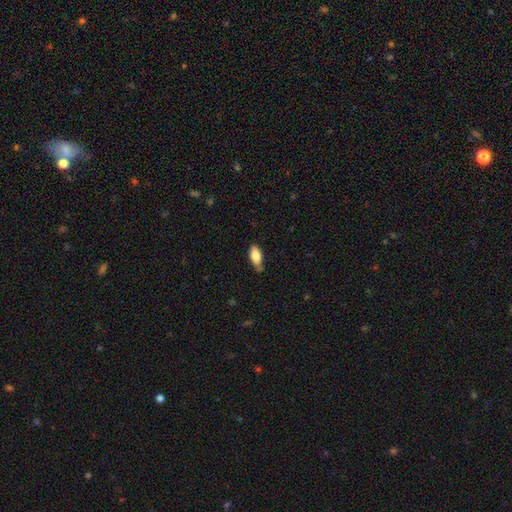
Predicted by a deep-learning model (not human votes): Q: Smooth or featured?
A: smooth (80%); runner-up: featured or disk (13%)
Q: How rounded?
A: in between (86%); runner-up: cigar-shaped (12%)
Q: Merging?
A: none (69%); runner-up: minor disturbance (23%)